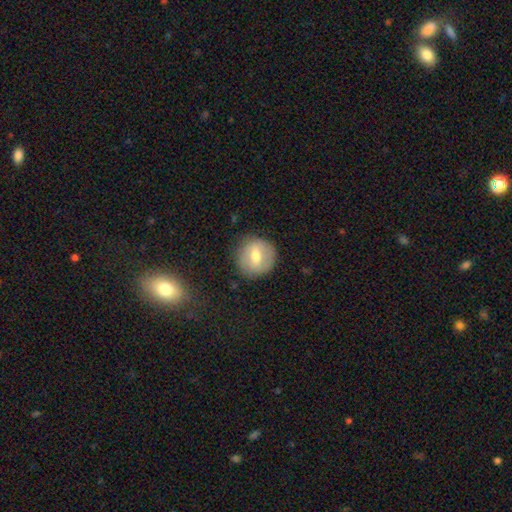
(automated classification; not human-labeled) Morphology: type=smooth (57%); roundness=round (91%); merging=none (84%).